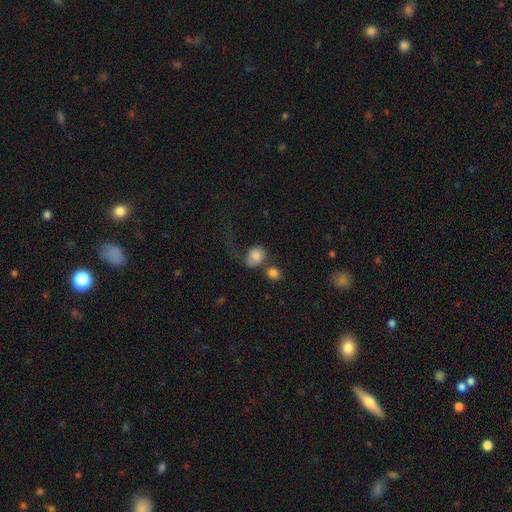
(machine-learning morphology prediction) type=smooth (76%); roundness=round (54%); merging=merger (33%).